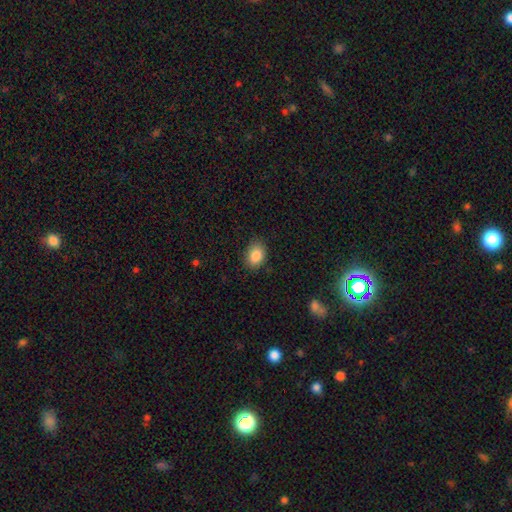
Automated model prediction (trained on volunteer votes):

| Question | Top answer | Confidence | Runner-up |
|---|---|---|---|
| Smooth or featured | smooth | 86% | star or artifact (8%) |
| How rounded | in between | 74% | round (25%) |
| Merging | none | 83% | minor disturbance (13%) |